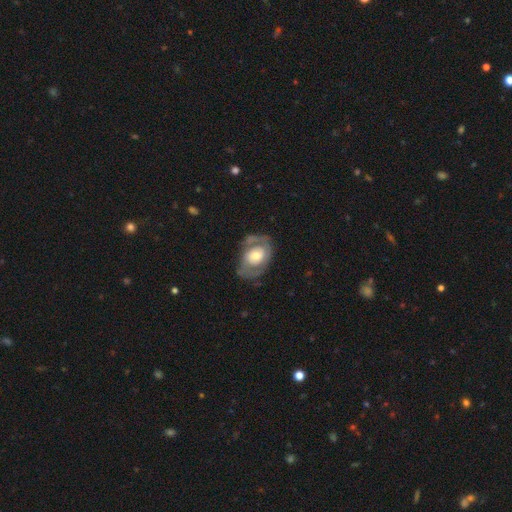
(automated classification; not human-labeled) Smooth or featured: featured or disk — 65% (smooth — 29%)
Edge-on disk: no — 95% (yes — 5%)
Bar: no — 71% (weak — 23%)
Spiral arms: yes — 60% (no — 40%)
Bulge size: moderate — 51% (large — 28%)
Merging: none — 59% (minor disturbance — 22%)